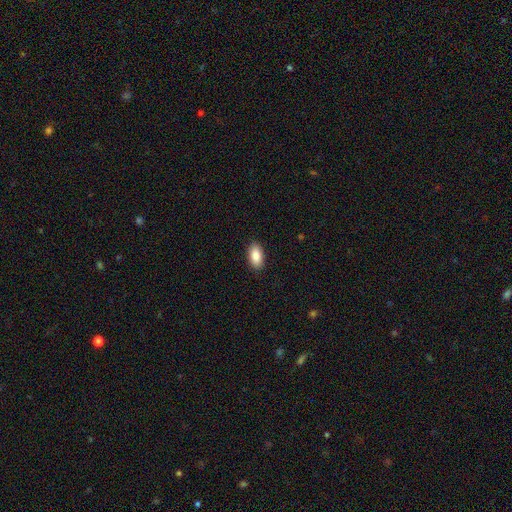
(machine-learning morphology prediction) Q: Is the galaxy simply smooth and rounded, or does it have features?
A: smooth — 87%.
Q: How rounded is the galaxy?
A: in between — 94%.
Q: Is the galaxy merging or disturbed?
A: none — 90%.